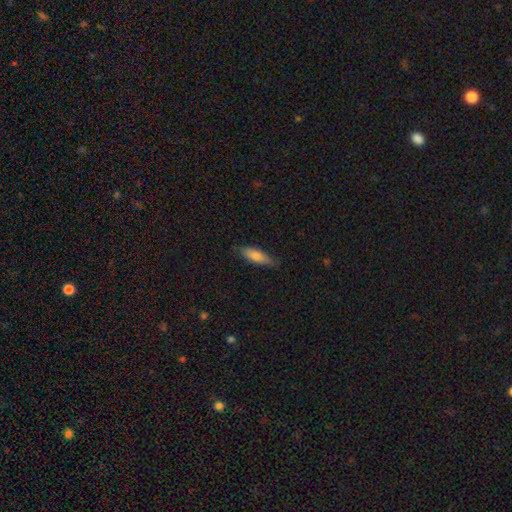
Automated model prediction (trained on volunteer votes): Smooth or featured: smooth — 79% (featured or disk — 15%)
How rounded: in between — 49% (tied with cigar-shaped — 49%)
Merging: none — 79% (minor disturbance — 17%)